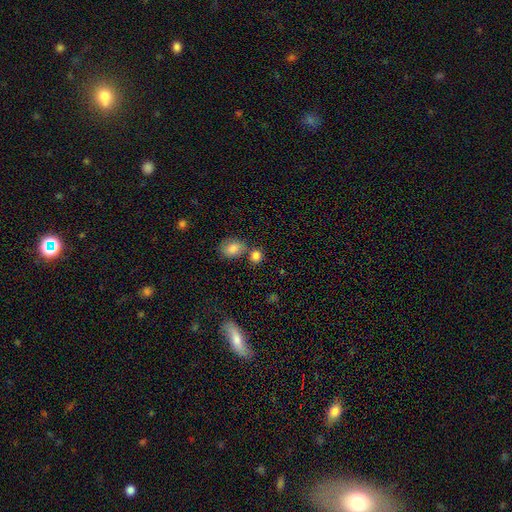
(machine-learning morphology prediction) Smooth or featured?
  - smooth: 83% *
  - star or artifact: 11%
  - featured or disk: 6%
How rounded?
  - round: 77% *
  - in between: 22%
  - cigar-shaped: 1%
Merging?
  - none: 60% *
  - merger: 27%
  - minor disturbance: 10%
  - major disturbance: 3%